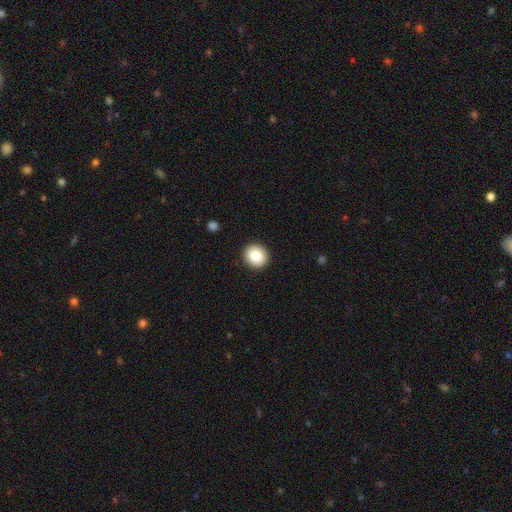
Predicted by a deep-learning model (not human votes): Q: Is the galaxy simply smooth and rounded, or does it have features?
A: smooth — 85%.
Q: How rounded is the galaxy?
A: round — 88%.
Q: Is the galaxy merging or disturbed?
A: none — 92%.